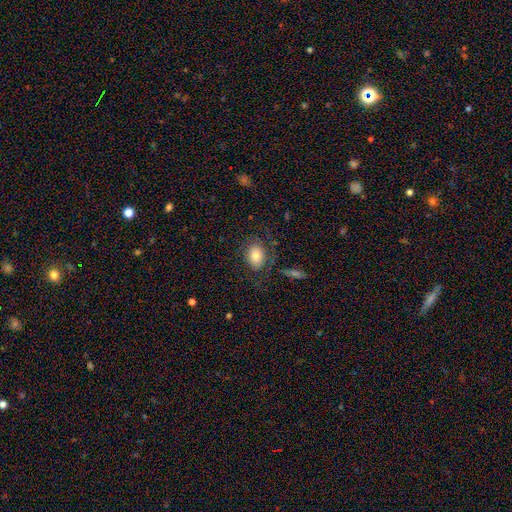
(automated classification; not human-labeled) Morphology: type=smooth (78%); roundness=in between (73%); merging=none (73%).